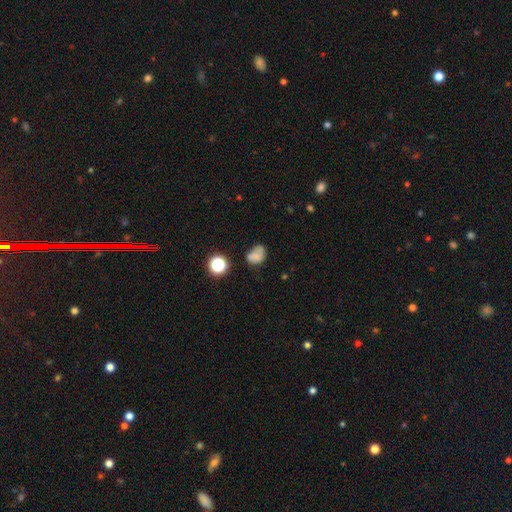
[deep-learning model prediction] Smooth or featured? smooth (69%)
How rounded? in between (60%)
Merging? none (46%)